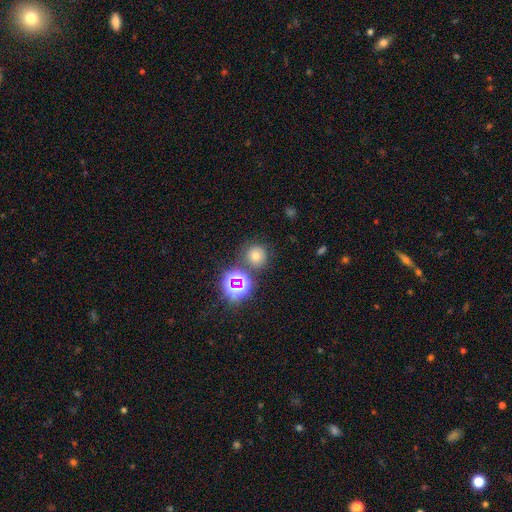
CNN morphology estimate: A smooth galaxy with no disk features (61%) that is round (92%).

Vote fractions:
- Smooth or featured? smooth: 61% / star or artifact: 27% / featured or disk: 12%
- How rounded? round: 92% / in between: 7% / cigar-shaped: 1%
- Merging? none: 78% / minor disturbance: 9% / merger: 9% / major disturbance: 4%